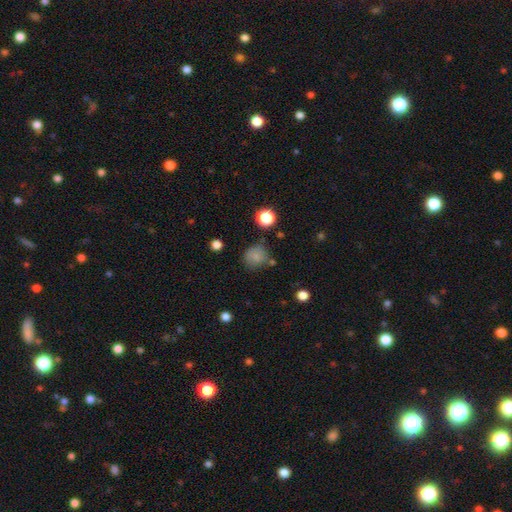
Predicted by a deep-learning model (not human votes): Smooth or featured?
  - smooth: 79% *
  - star or artifact: 13%
  - featured or disk: 8%
How rounded?
  - round: 82% *
  - in between: 17%
  - cigar-shaped: 1%
Merging?
  - none: 68% *
  - minor disturbance: 20%
  - major disturbance: 7%
  - merger: 6%